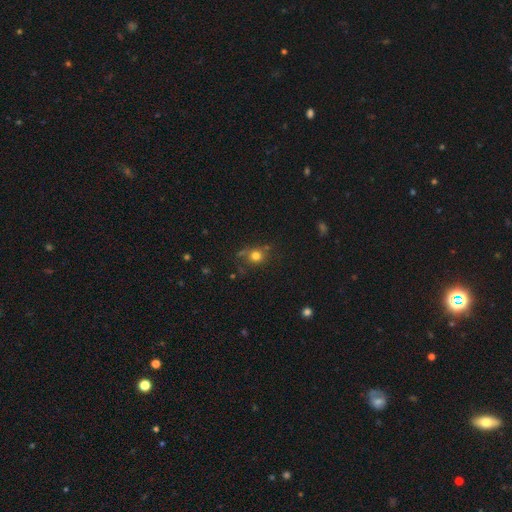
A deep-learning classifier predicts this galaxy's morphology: type=smooth (75%); roundness=round (79%); merging=none (66%).